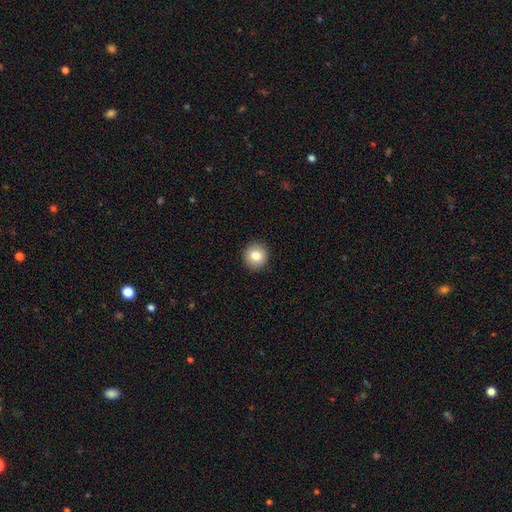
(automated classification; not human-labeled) Smooth or featured? smooth (82%)
How rounded? round (93%)
Merging? none (92%)